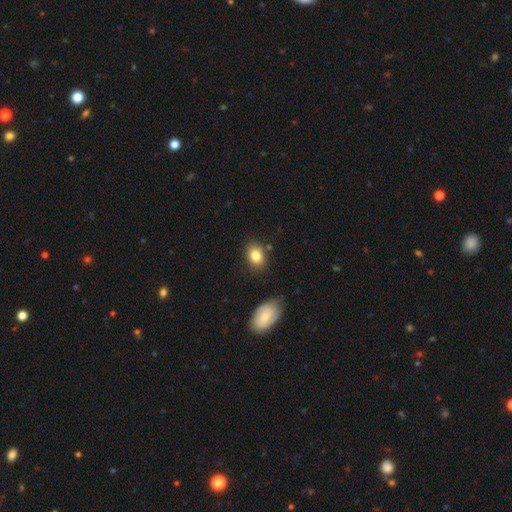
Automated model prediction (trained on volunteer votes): This appears to be a smooth galaxy with no disk features (85%) that is in between round and cigar-shaped (73%). Merging: none (78%).